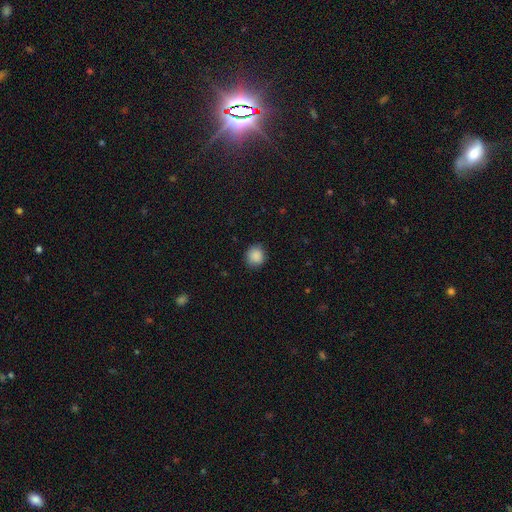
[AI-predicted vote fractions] Morphology: type=smooth (88%); roundness=round (89%); merging=none (88%).